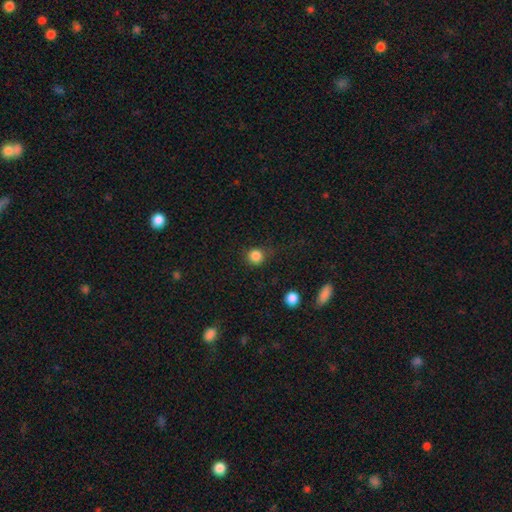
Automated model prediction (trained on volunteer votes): Smooth or featured: smooth — 85% (star or artifact — 12%)
How rounded: round — 92% (in between — 7%)
Merging: none — 81% (minor disturbance — 13%)